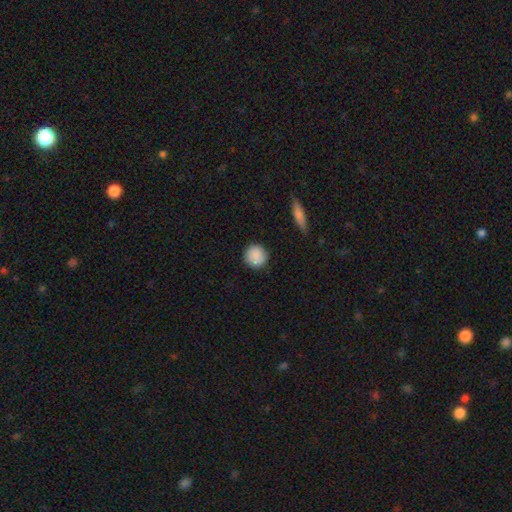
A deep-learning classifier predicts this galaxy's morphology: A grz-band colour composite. It shows a smooth galaxy with no disk features (89%) that is round (93%). Merging: none (89%).